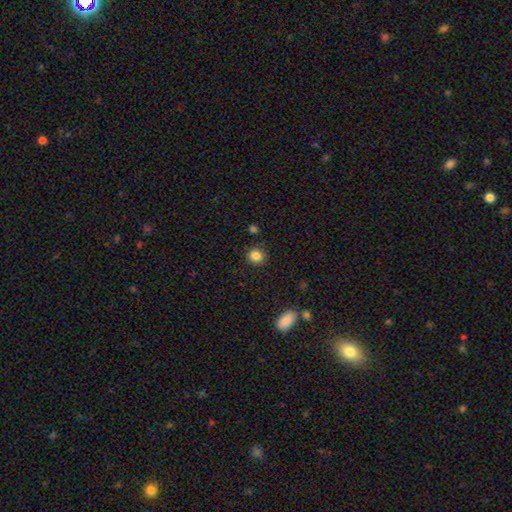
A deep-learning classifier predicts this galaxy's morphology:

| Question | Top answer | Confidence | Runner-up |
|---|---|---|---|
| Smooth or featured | smooth | 85% | star or artifact (11%) |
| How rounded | round | 88% | in between (11%) |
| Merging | none | 88% | minor disturbance (8%) |